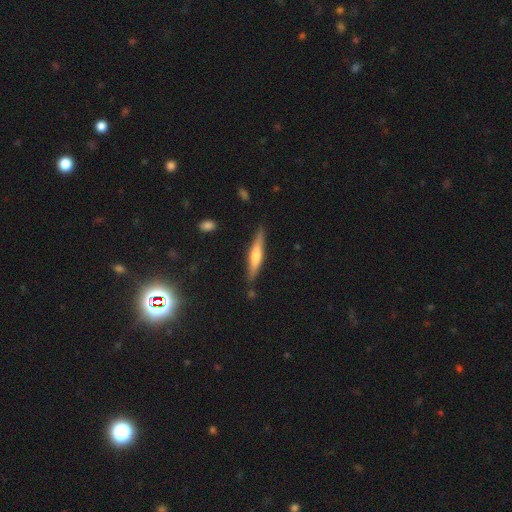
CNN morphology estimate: type=featured or disk (52%); edge-on=yes (94%); merging=none (85%).